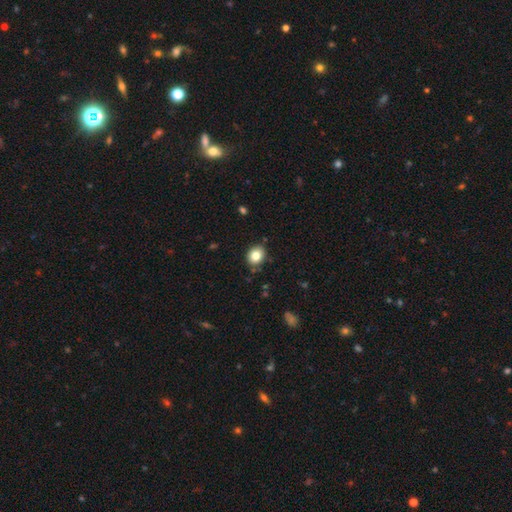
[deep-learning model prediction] Q: Smooth or featured?
A: smooth (82%); runner-up: star or artifact (10%)
Q: How rounded?
A: round (56%); runner-up: in between (44%)
Q: Merging?
A: none (86%); runner-up: minor disturbance (10%)